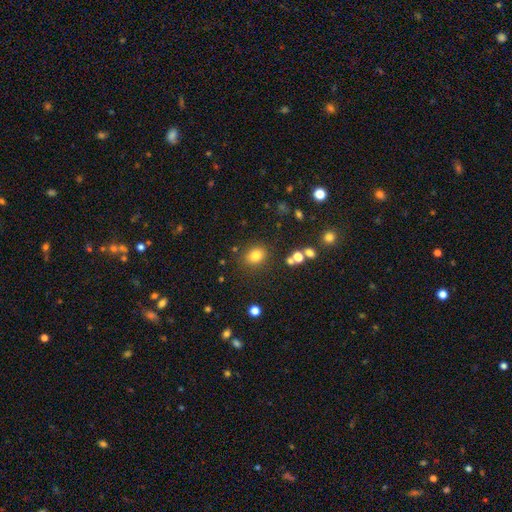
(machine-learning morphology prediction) A smooth galaxy with no disk features (80%) that is round (54%).

Vote fractions:
- Smooth or featured? smooth: 80% / star or artifact: 13% / featured or disk: 7%
- How rounded? round: 54% / in between: 45% / cigar-shaped: 1%
- Merging? none: 82% / minor disturbance: 10% / major disturbance: 4% / merger: 4%